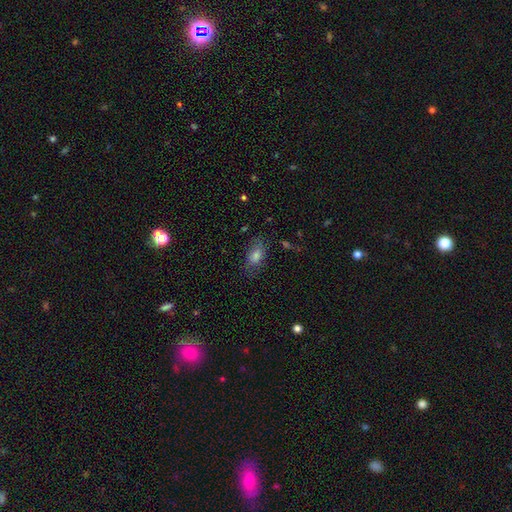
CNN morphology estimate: smooth-or-featured: smooth: 57% | featured or disk: 23% | star or artifact: 20%
  how-rounded: in between: 81% | round: 12% | cigar-shaped: 6%
  merging: none: 72% | minor disturbance: 18% | major disturbance: 8% | merger: 2%